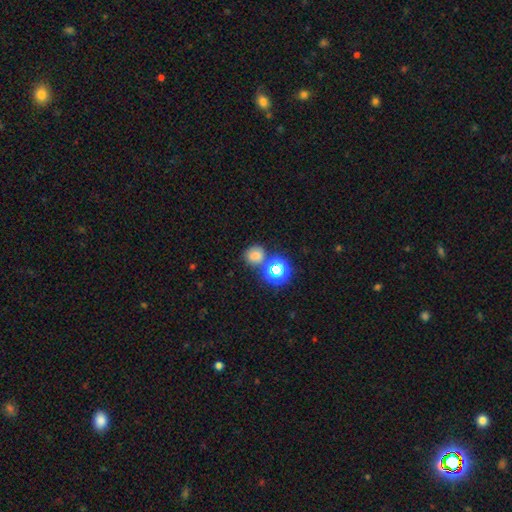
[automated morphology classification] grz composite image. It shows a smooth galaxy with no disk features (69%) that is round (72%). Merging: none (66%).